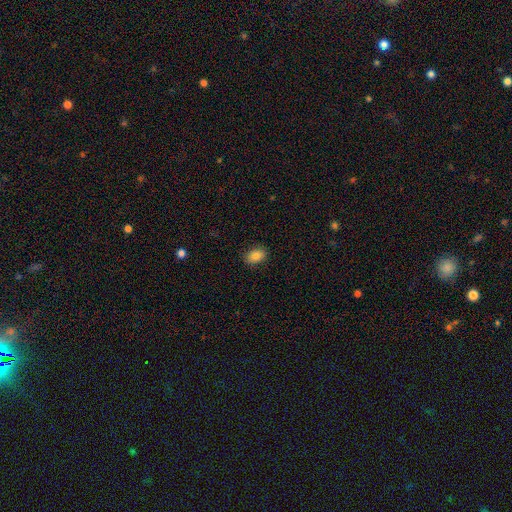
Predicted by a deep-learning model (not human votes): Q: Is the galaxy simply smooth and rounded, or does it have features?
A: smooth — 85%.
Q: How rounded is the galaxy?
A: in between — 83%.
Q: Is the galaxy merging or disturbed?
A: none — 88%.